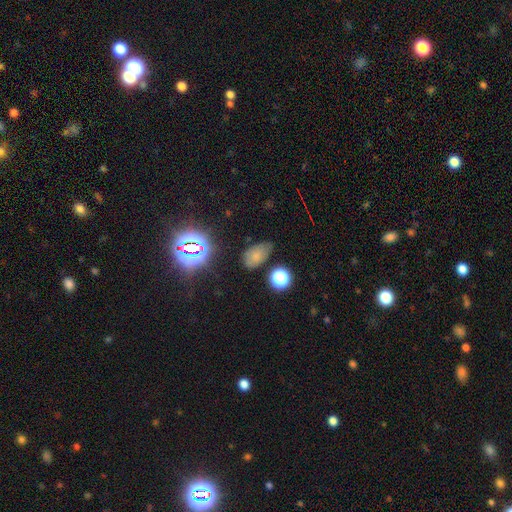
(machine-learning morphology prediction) This is likely a smooth galaxy (66%). How rounded: clearly in between (89%). Merging: likely none (63%).